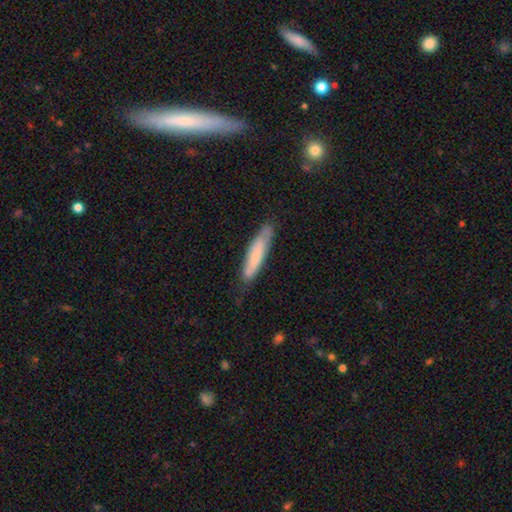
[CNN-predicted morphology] The model was most divided on "smooth or featured": smooth: 66%, featured or disk: 28%, star or artifact: 6%. More confident: how rounded — cigar-shaped (86%); merging — none (72%).